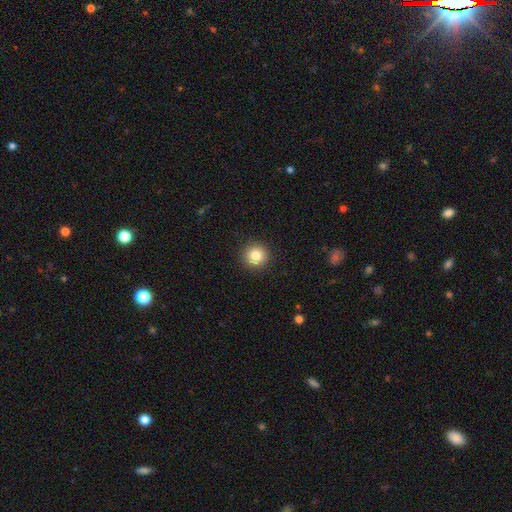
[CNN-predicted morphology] type=smooth (83%); roundness=round (94%); merging=none (92%).